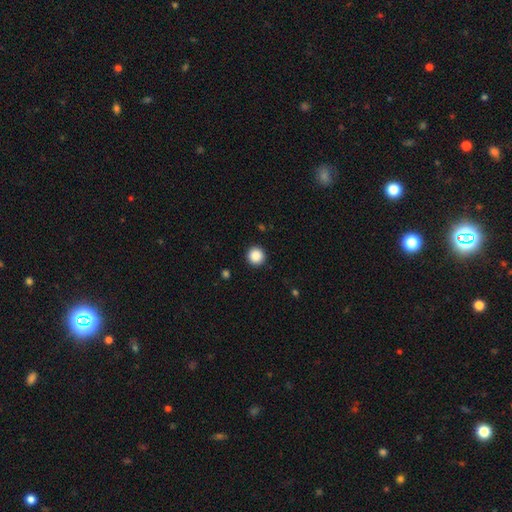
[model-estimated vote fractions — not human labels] This is clearly a smooth galaxy (88%). How rounded: clearly round (96%). Merging: clearly none (92%).